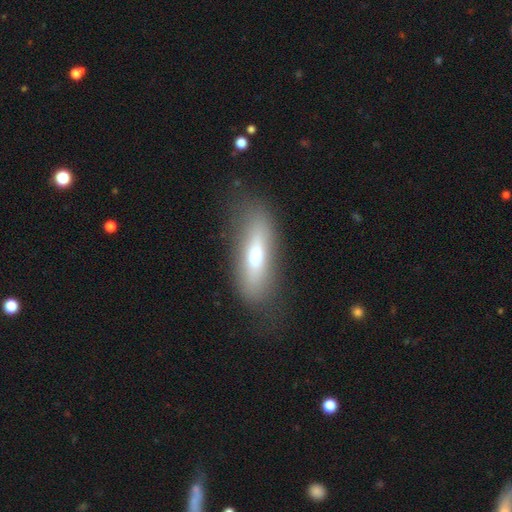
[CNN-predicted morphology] Overall: smooth (63%; featured or disk 28%). How rounded: in between (54%; cigar-shaped 43%). Merging: none (70%).